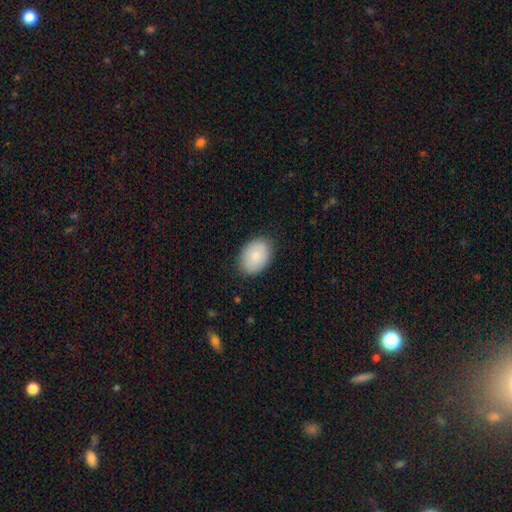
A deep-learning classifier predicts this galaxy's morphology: Overall: smooth (81%). How rounded: in between (79%). Merging: none (84%).